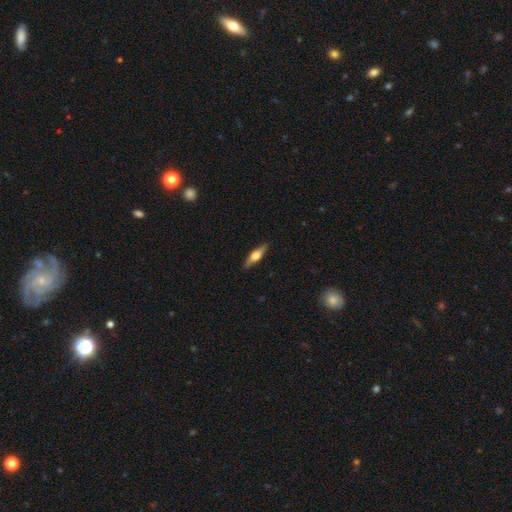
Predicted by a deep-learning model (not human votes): Smooth or featured? Predicted: featured or disk (p=0.60). Edge-on disk? Predicted: yes (p=0.95). Edge-on bulge? Predicted: rounded (p=0.93). Merging? Predicted: none (p=0.89).